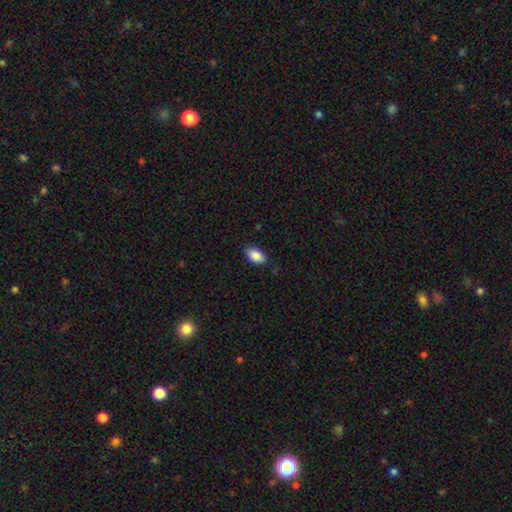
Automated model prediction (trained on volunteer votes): Smooth or featured? Predicted: smooth (p=0.87). How rounded? Predicted: in between (p=0.94). Merging? Predicted: none (p=0.85).